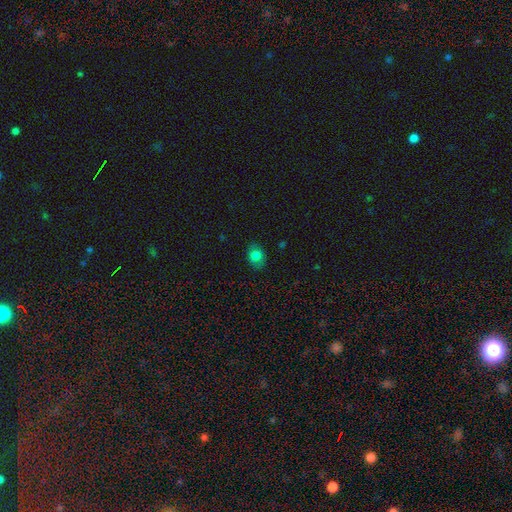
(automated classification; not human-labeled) Smooth or featured? Predicted: smooth (p=0.78). How rounded? Predicted: in between (p=0.61). Merging? Predicted: none (p=0.84).